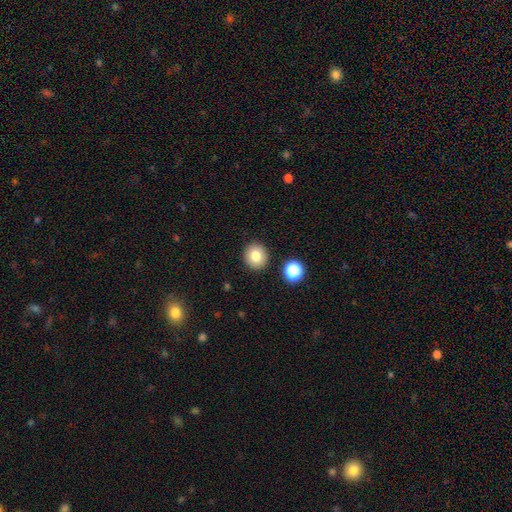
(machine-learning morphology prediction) Q: Smooth or featured?
A: smooth (81%); runner-up: star or artifact (11%)
Q: How rounded?
A: round (90%); runner-up: in between (9%)
Q: Merging?
A: none (90%); runner-up: minor disturbance (6%)